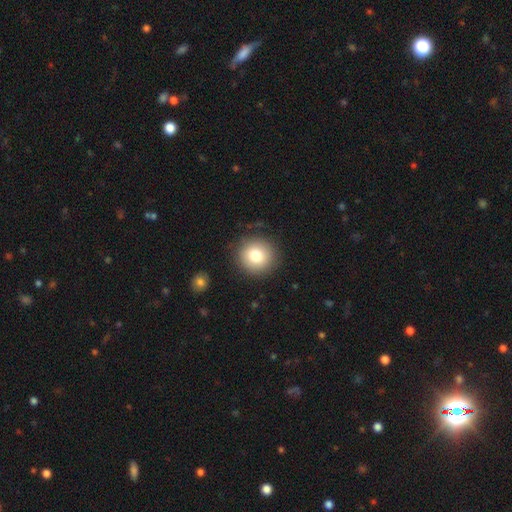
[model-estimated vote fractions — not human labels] Smooth or featured: smooth — 79% (featured or disk — 11%)
How rounded: round — 91% (in between — 8%)
Merging: none — 88% (minor disturbance — 8%)